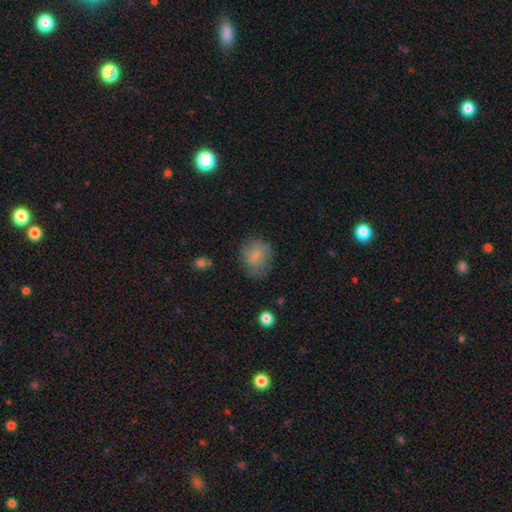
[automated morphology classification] The model was most divided on "how rounded": round: 58%, in between: 41%, cigar-shaped: 1%. More confident: smooth or featured — smooth (73%); merging — none (64%).